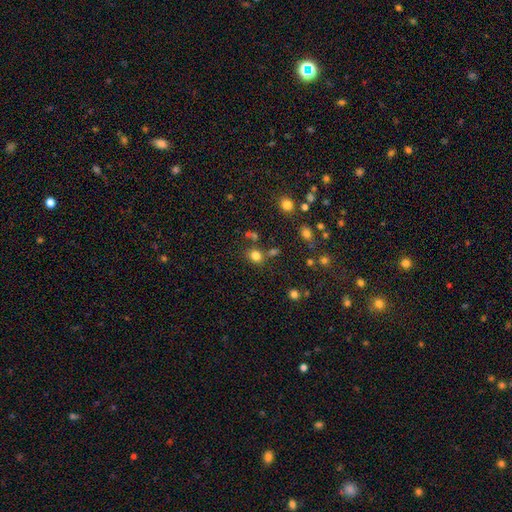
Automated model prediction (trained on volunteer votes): Morphology: type=smooth (79%); roundness=round (65%); merging=none (70%).